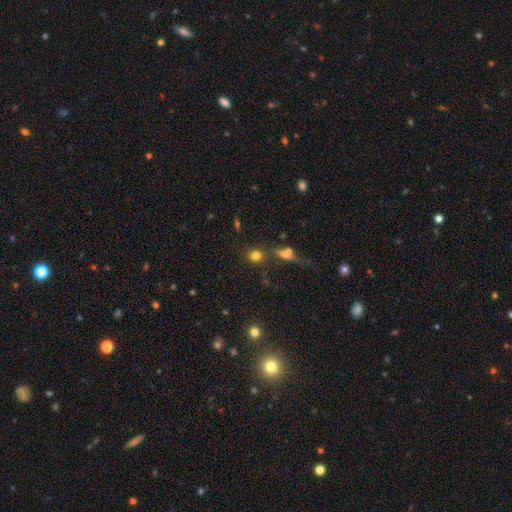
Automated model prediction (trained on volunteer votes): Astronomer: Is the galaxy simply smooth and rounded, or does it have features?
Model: smooth — 76%.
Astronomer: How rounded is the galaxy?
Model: round — 85%.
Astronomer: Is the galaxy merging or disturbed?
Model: none — 77%.